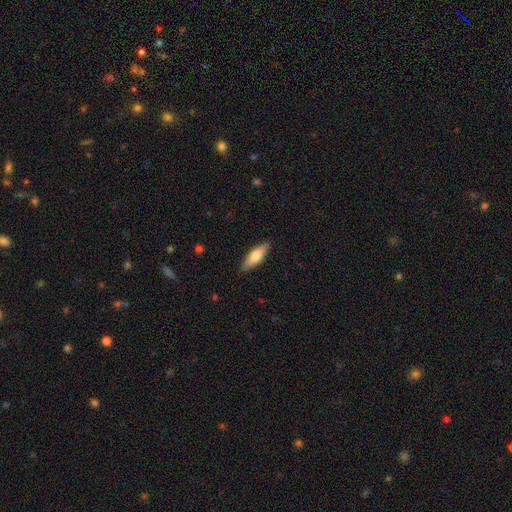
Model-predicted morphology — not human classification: Q: Smooth or featured?
A: smooth (64%); runner-up: featured or disk (31%)
Q: How rounded?
A: cigar-shaped (51%); runner-up: in between (47%)
Q: Merging?
A: none (87%); runner-up: minor disturbance (10%)